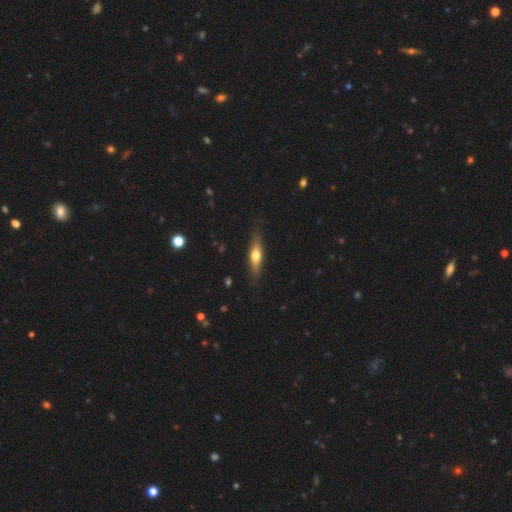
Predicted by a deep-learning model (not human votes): Smooth or featured: featured or disk — 52% (smooth — 43%)
Edge-on disk: yes — 92% (no — 8%)
Merging: none — 85% (minor disturbance — 11%)